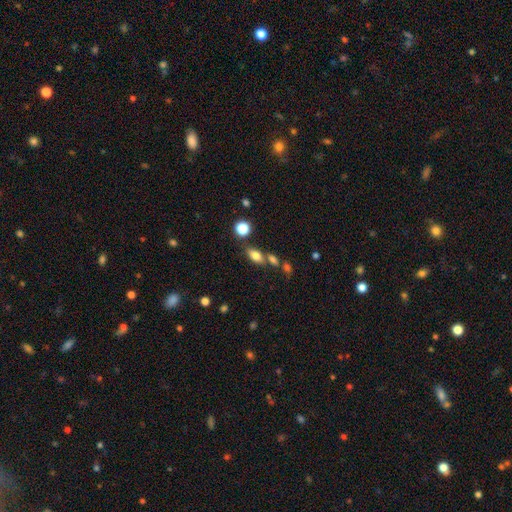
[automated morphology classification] Smooth or featured? Predicted: smooth (p=0.74). How rounded? Predicted: in between (p=0.80). Merging? Predicted: none (p=0.62).